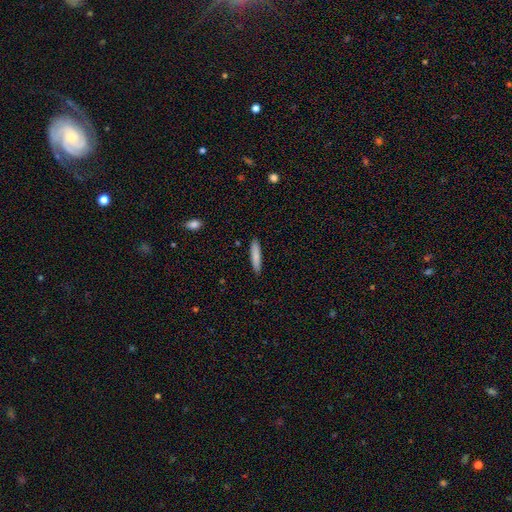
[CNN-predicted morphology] The model was most divided on "smooth or featured": smooth: 83%, featured or disk: 11%, star or artifact: 6%. More confident: merging — none (89%); how rounded — cigar-shaped (88%).